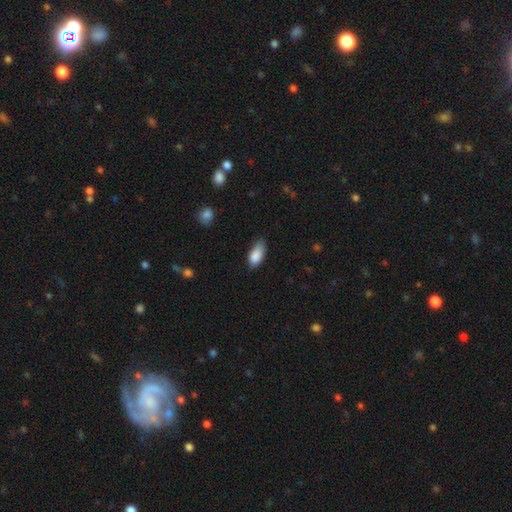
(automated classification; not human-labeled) Smooth or featured? Predicted: smooth (p=0.87). How rounded? Predicted: in between (p=0.90). Merging? Predicted: none (p=0.63).